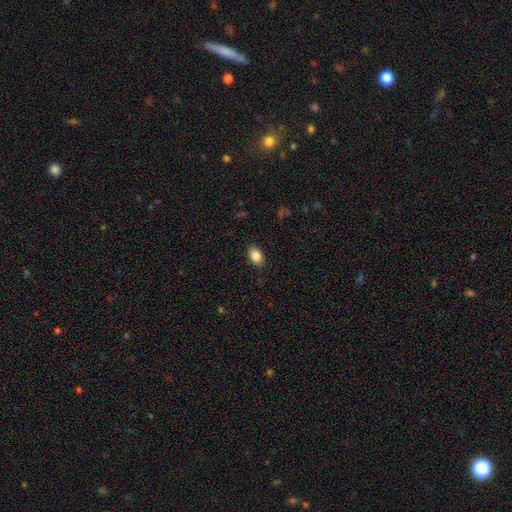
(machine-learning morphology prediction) Smooth or featured? smooth (87%)
How rounded? in between (89%)
Merging? none (88%)